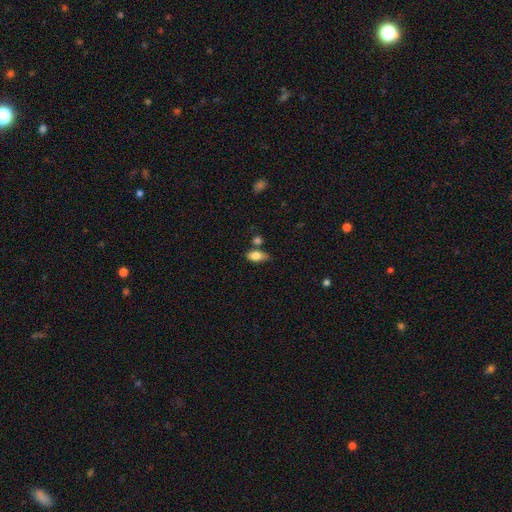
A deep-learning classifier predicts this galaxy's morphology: smooth-or-featured: smooth: 79% | featured or disk: 13% | star or artifact: 8%
  how-rounded: in between: 87% | cigar-shaped: 7% | round: 6%
  merging: none: 57% | minor disturbance: 22% | merger: 14% | major disturbance: 6%